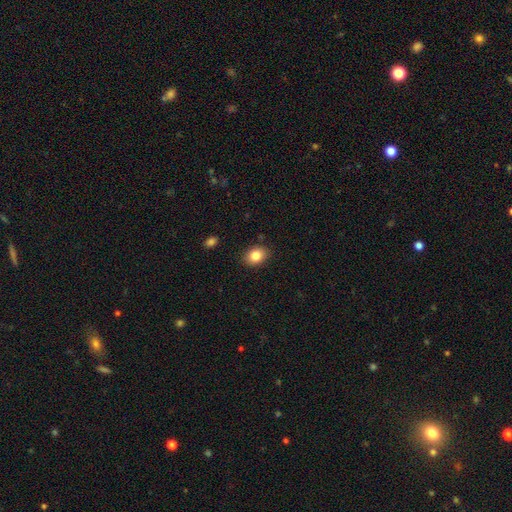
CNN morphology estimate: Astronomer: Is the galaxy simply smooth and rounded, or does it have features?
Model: smooth — 84%.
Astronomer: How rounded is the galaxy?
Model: in between — 66%.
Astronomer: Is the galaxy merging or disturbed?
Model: none — 88%.